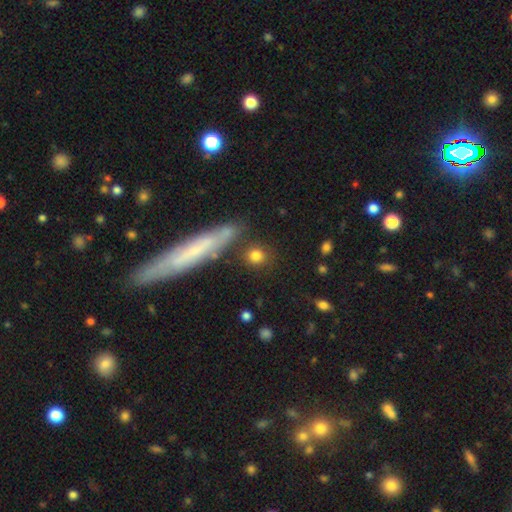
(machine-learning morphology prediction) smooth 81%, star or artifact 10%, featured or disk 9%. Down the decision tree: how rounded — round (80%); merging — none (81%).